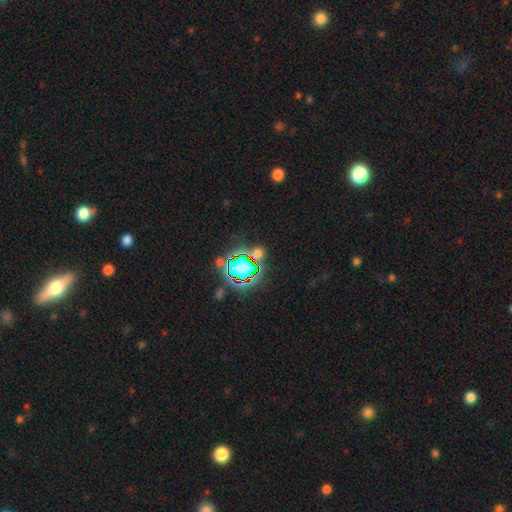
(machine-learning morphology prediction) This is likely a star or artifact rather than a galaxy (72%).